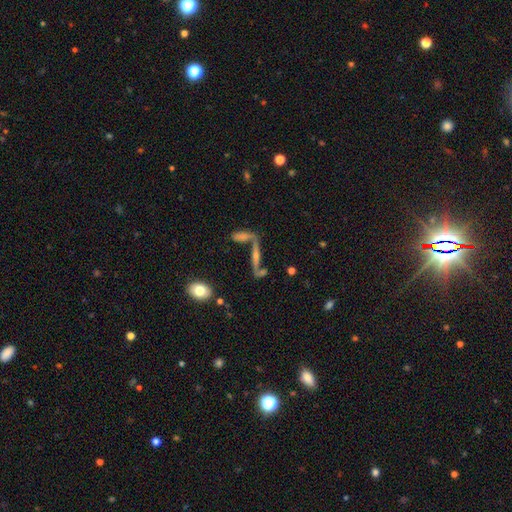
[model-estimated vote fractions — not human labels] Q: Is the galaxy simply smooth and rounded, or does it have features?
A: featured or disk — 72%.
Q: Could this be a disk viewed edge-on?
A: no — 52%.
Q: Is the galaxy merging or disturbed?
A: none — 49%.